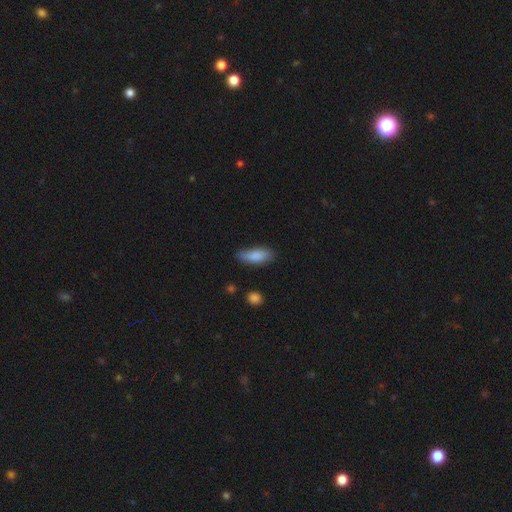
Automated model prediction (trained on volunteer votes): Smooth or featured: smooth — 86% (featured or disk — 8%)
How rounded: in between — 67% (cigar-shaped — 30%)
Merging: none — 76% (minor disturbance — 19%)